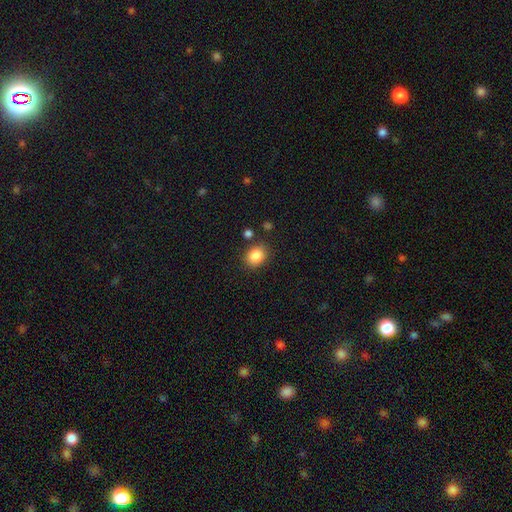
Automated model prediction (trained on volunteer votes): Overall: smooth (86%). How rounded: round (57%; in between 42%). Merging: none (82%).